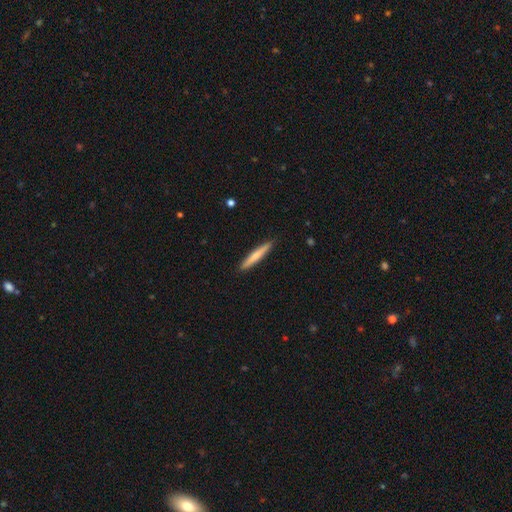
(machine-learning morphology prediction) Q: Smooth or featured?
A: smooth (65%); runner-up: featured or disk (30%)
Q: How rounded?
A: cigar-shaped (95%); runner-up: in between (4%)
Q: Merging?
A: none (91%); runner-up: minor disturbance (6%)